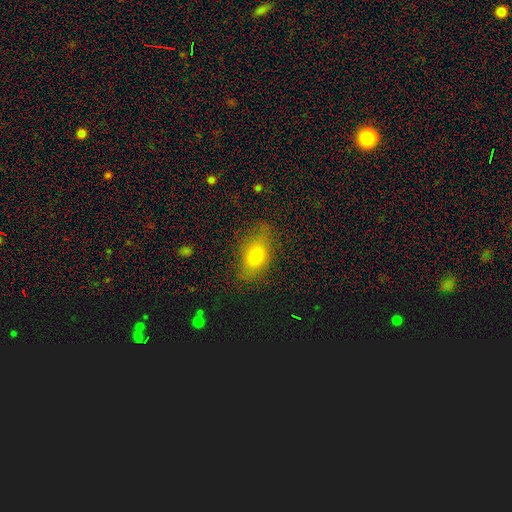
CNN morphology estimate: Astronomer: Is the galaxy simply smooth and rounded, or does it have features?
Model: smooth — 74%.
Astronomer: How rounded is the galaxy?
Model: in between — 81%.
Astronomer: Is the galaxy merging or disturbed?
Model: none — 69%.